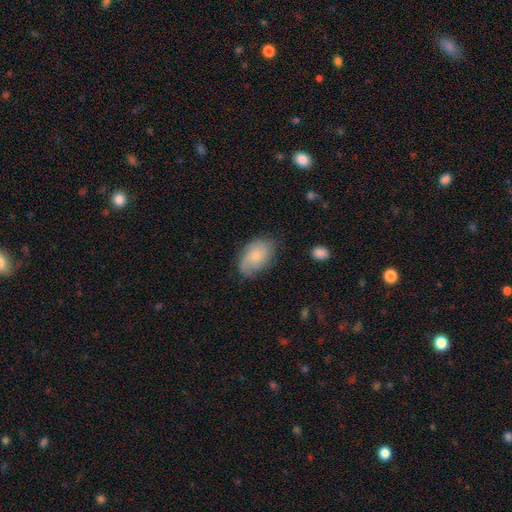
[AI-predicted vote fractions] smooth-or-featured: smooth: 61% | featured or disk: 32% | star or artifact: 7%
  how-rounded: in between: 89% | round: 9% | cigar-shaped: 1%
  merging: none: 65% | minor disturbance: 26% | major disturbance: 8% | merger: 2%